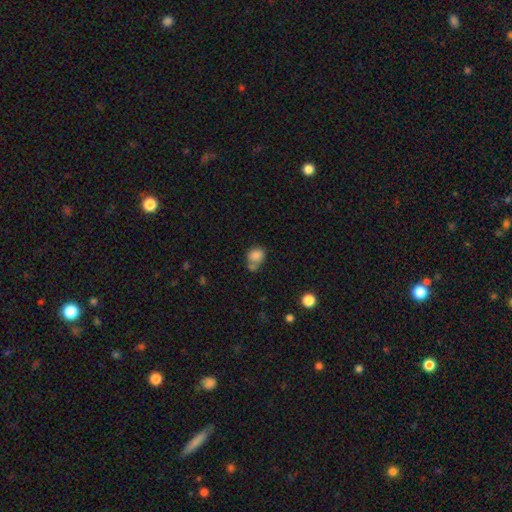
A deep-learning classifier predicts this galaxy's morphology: smooth 81%, star or artifact 10%, featured or disk 9%. Down the decision tree: how rounded — round (59%); merging — none (43%).